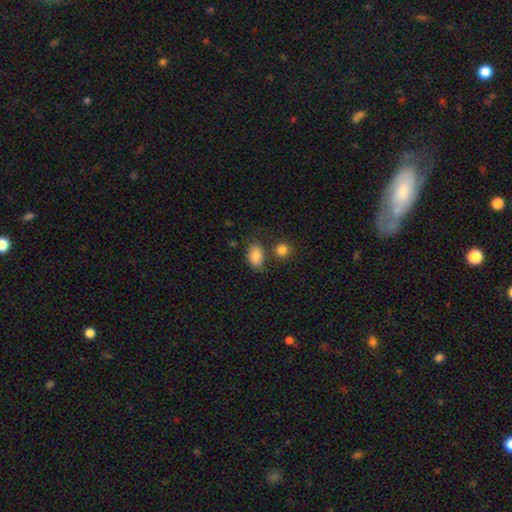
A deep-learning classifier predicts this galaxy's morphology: Smooth or featured? smooth (84%)
How rounded? in between (85%)
Merging? none (63%)